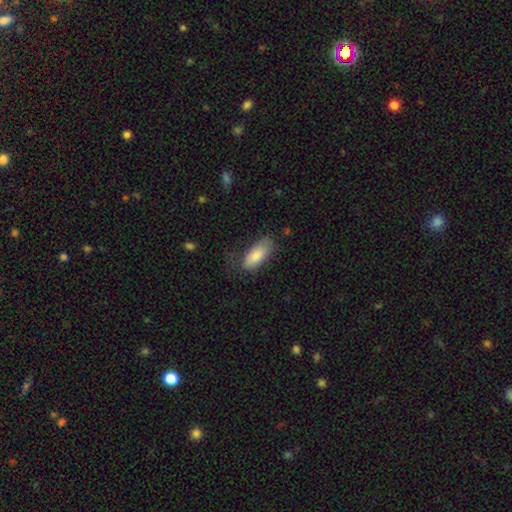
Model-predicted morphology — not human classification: A smooth galaxy with no disk features (79%) that is in between round and cigar-shaped (78%).

Vote fractions:
- Smooth or featured? smooth: 79% / featured or disk: 14% / star or artifact: 7%
- How rounded? in between: 78% / cigar-shaped: 20% / round: 2%
- Merging? none: 62% / minor disturbance: 26% / major disturbance: 11% / merger: 2%